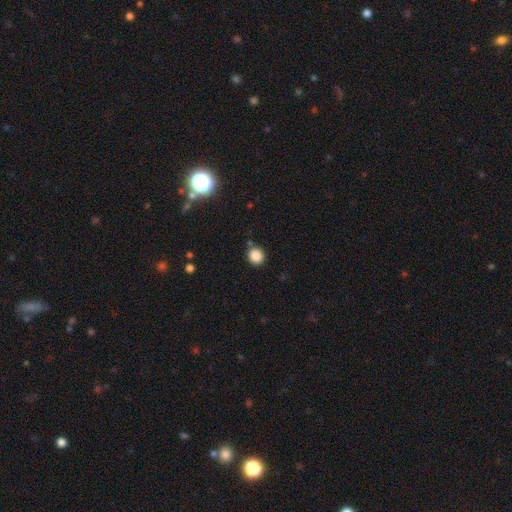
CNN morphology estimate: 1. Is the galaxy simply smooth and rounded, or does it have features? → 85% smooth, 11% star or artifact, 4% featured or disk.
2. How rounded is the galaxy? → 85% round, 14% in between, 1% cigar-shaped.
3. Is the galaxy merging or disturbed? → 84% none, 9% minor disturbance, 4% merger, 3% major disturbance.